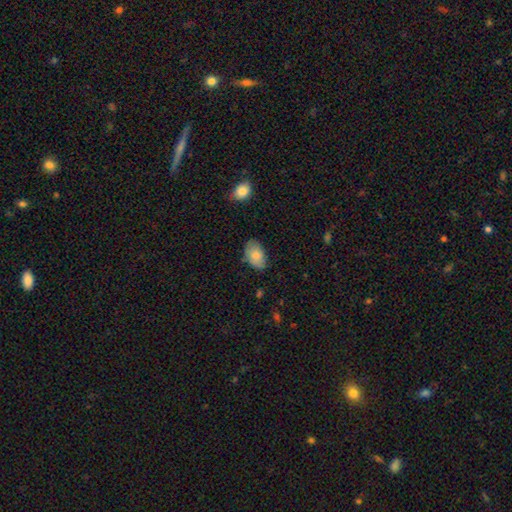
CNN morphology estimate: smooth 82%, featured or disk 12%, star or artifact 7%. Down the decision tree: how rounded — in between (92%); merging — none (73%).